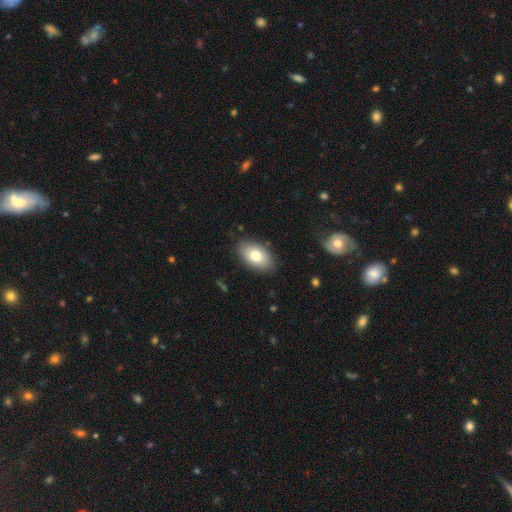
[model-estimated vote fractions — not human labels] Smooth or featured: smooth — 77% (featured or disk — 15%)
How rounded: in between — 92% (round — 7%)
Merging: none — 86% (minor disturbance — 10%)